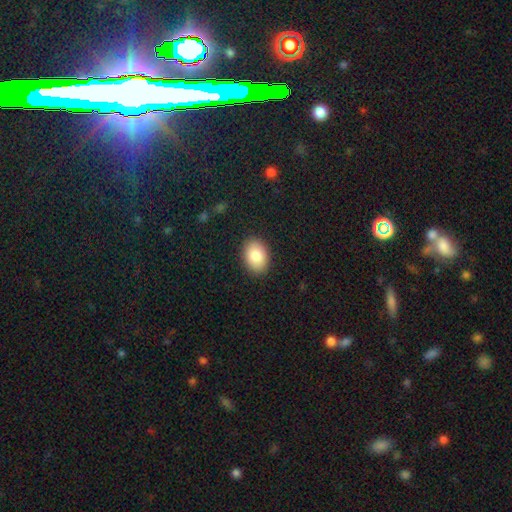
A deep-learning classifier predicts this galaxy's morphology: This appears to be a smooth galaxy with no disk features (85%) that is in between round and cigar-shaped (80%). Merging: none (89%).